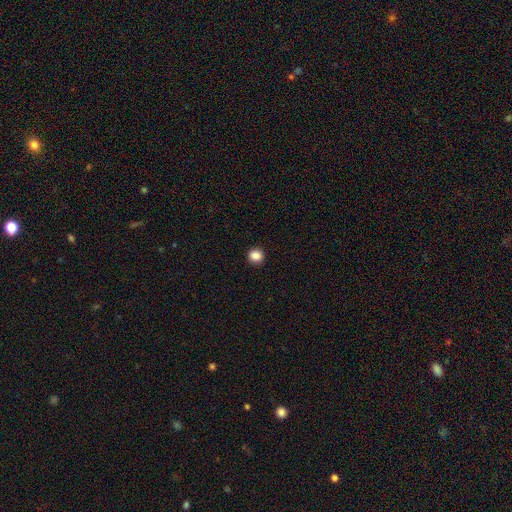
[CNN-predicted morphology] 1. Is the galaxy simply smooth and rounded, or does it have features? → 86% smooth, 10% star or artifact, 4% featured or disk.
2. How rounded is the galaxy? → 91% round, 8% in between, 1% cigar-shaped.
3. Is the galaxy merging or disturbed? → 93% none, 5% minor disturbance, 2% major disturbance, 1% merger.